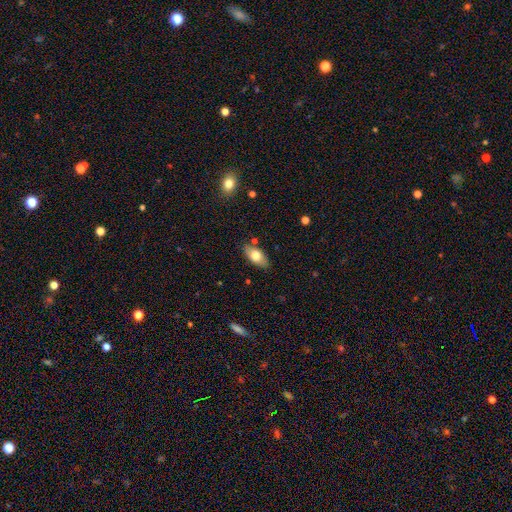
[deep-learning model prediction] Overall: smooth (72%). How rounded: in between (89%). Merging: none (83%).